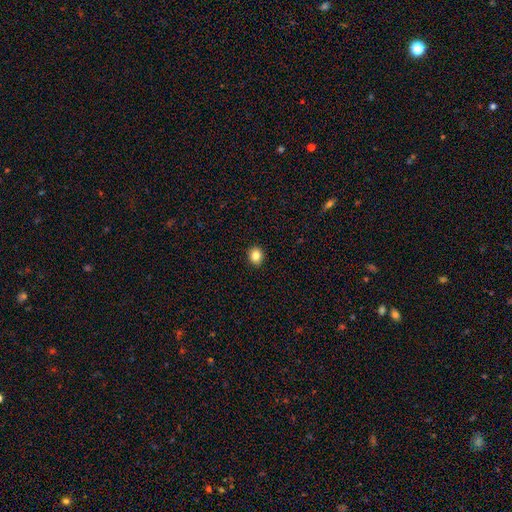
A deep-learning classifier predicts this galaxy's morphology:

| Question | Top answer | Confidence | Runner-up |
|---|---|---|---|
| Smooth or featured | smooth | 85% | star or artifact (10%) |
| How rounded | round | 66% | in between (33%) |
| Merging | none | 92% | minor disturbance (6%) |